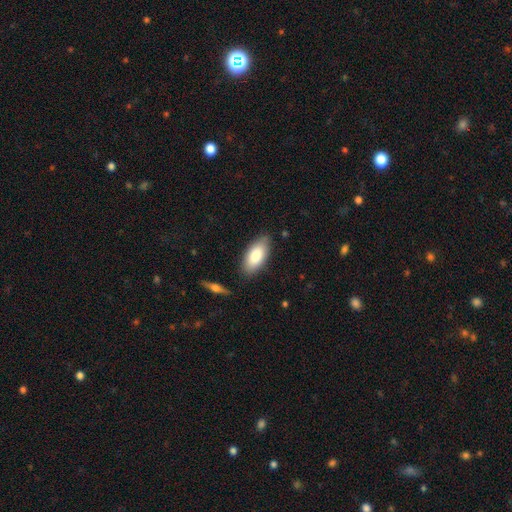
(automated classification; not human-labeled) The model was most divided on "merging": none: 82%, minor disturbance: 13%, major disturbance: 3%, merger: 2%. More confident: how rounded — in between (89%); smooth or featured — smooth (82%).